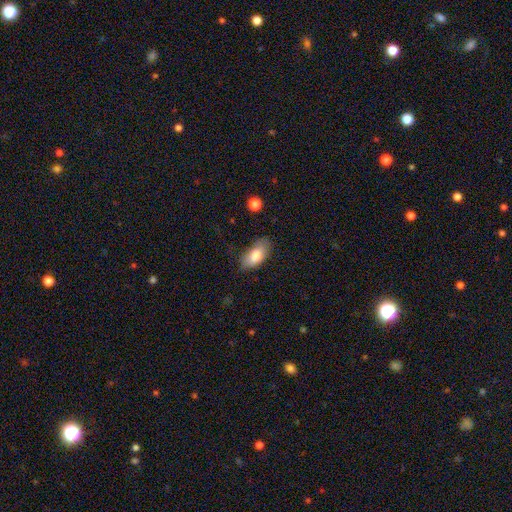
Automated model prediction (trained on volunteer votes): smooth-or-featured: smooth: 80% | featured or disk: 13% | star or artifact: 7%
  how-rounded: in between: 92% | cigar-shaped: 5% | round: 4%
  merging: none: 68% | minor disturbance: 25% | major disturbance: 6% | merger: 2%